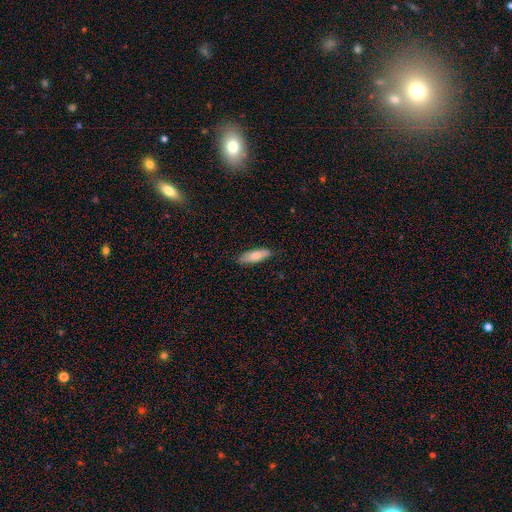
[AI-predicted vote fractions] Smooth or featured?
  - smooth: 83% *
  - featured or disk: 11%
  - star or artifact: 5%
How rounded?
  - in between: 51% *
  - cigar-shaped: 48%
  - round: 2%
Merging?
  - none: 83% *
  - minor disturbance: 13%
  - major disturbance: 2%
  - merger: 1%